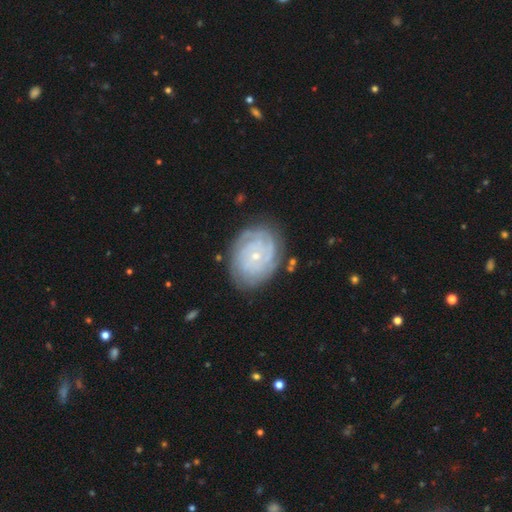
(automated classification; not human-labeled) smooth-or-featured: featured or disk: 81% | smooth: 12% | star or artifact: 6%
  disk-edge-on: no: 97% | yes: 3%
    bar: no: 79% | weak: 17% | strong: 4%
    has-spiral-arms: yes: 95% | no: 5%
      spiral-winding: tight: 82% | medium: 15% | loose: 3%
      spiral-arm-count: can't tell: 33% | 3: 19% | 4: 18% | 2: 16% | more than 4: 8% | 1: 6%
    bulge-size: small: 77% | moderate: 19% | none: 2% | large: 1% | dominant: 1%
  merging: none: 78% | minor disturbance: 15% | major disturbance: 5% | merger: 2%